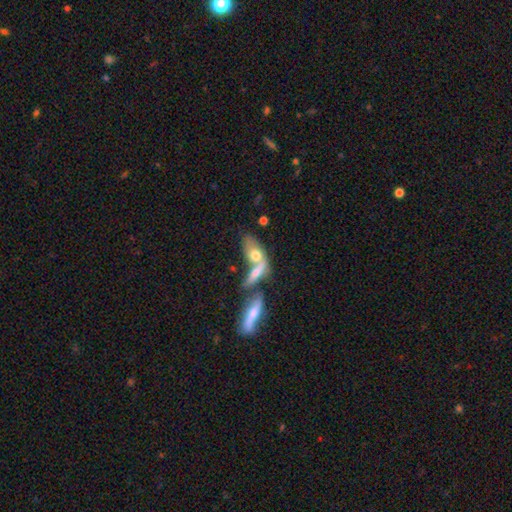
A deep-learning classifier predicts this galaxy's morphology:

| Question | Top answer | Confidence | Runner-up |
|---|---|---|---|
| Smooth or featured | smooth | 53% | featured or disk (37%) |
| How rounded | in between | 69% | cigar-shaped (25%) |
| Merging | merger | 62% | none (20%) |